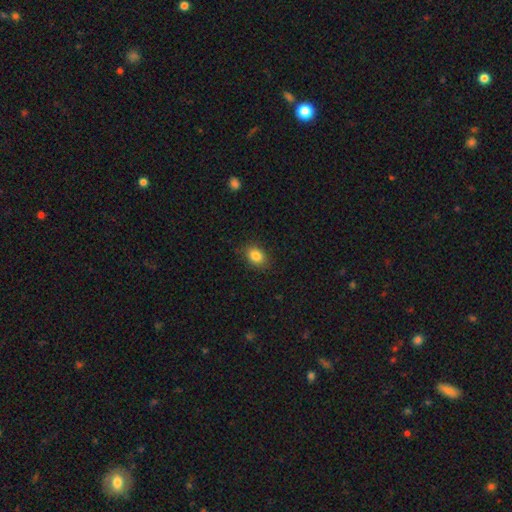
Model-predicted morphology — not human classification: smooth 84%, star or artifact 10%, featured or disk 6%. Down the decision tree: how rounded — in between (67%); merging — none (85%).